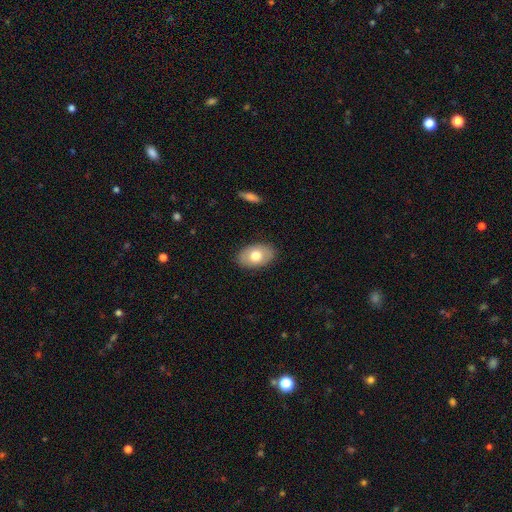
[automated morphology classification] smooth_or_featured: smooth (p=0.68) [alt: featured or disk p=0.25]
how_rounded: in between (p=0.89) [alt: round p=0.10]
merging: none (p=0.87) [alt: minor disturbance p=0.10]